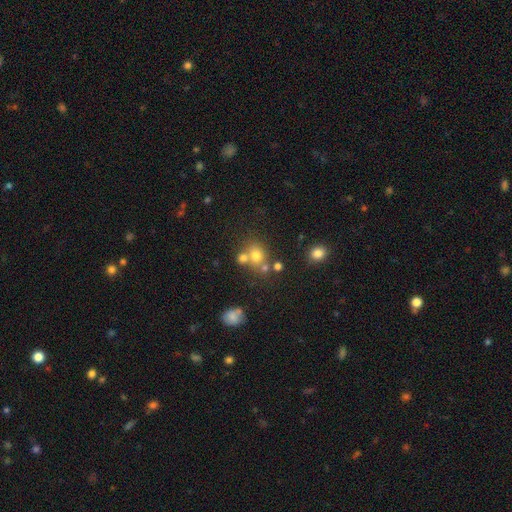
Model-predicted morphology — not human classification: Q: Smooth or featured?
A: smooth (70%); runner-up: star or artifact (17%)
Q: How rounded?
A: round (71%); runner-up: in between (28%)
Q: Merging?
A: none (52%); runner-up: merger (33%)